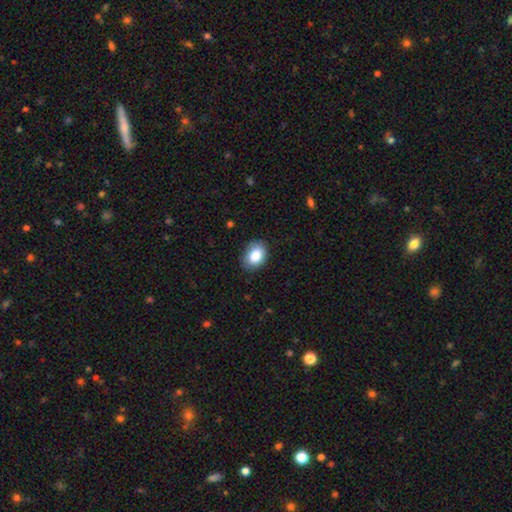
smooth 87%, featured or disk 13%, star or artifact 0%. Down the decision tree: how rounded — in between (79%); merging — none (79%).